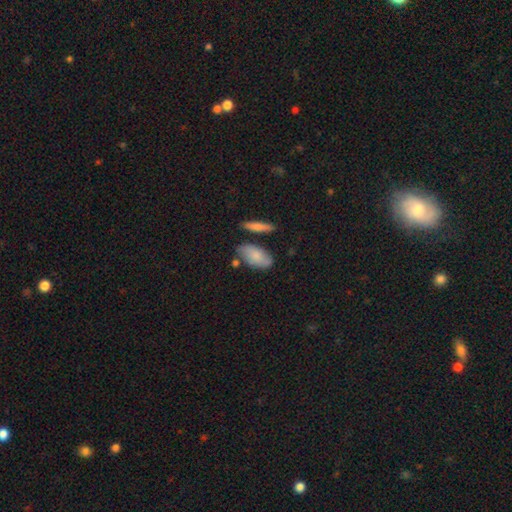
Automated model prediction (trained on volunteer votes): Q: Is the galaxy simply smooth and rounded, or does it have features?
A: smooth — 77%.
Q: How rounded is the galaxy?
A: in between — 89%.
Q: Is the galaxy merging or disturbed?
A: none — 65%.